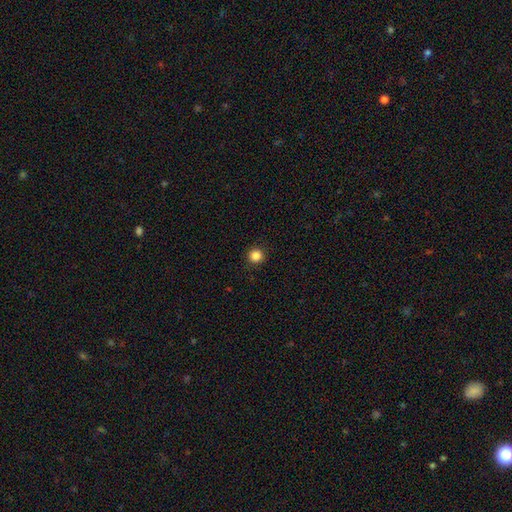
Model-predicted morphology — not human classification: Smooth or featured? smooth (85%)
How rounded? round (95%)
Merging? none (92%)